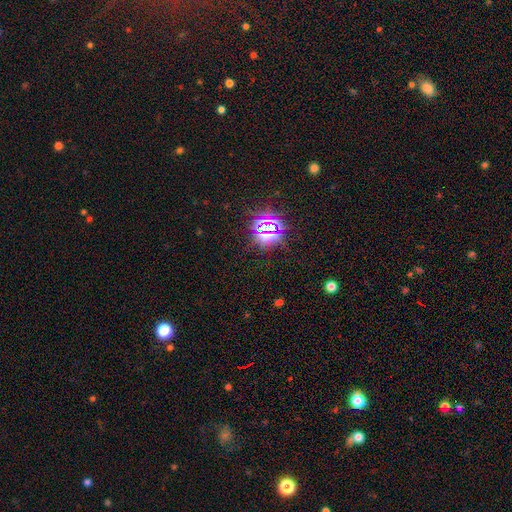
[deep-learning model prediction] Smooth or featured? Predicted: star or artifact (p=0.78).